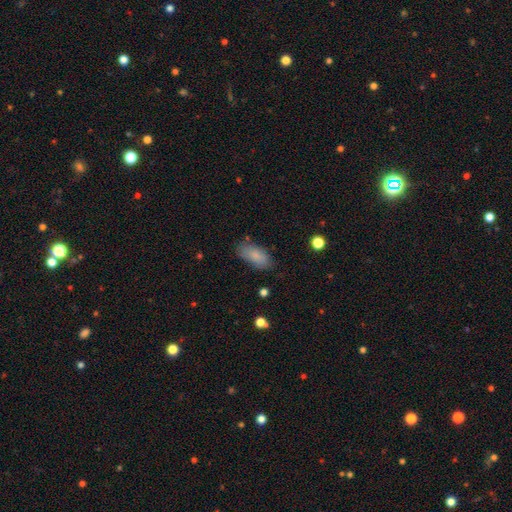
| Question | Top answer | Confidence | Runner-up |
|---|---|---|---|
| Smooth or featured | smooth | 89% | featured or disk (5%) |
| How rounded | in between | 94% | cigar-shaped (6%) |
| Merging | none | 86% | minor disturbance (14%) |